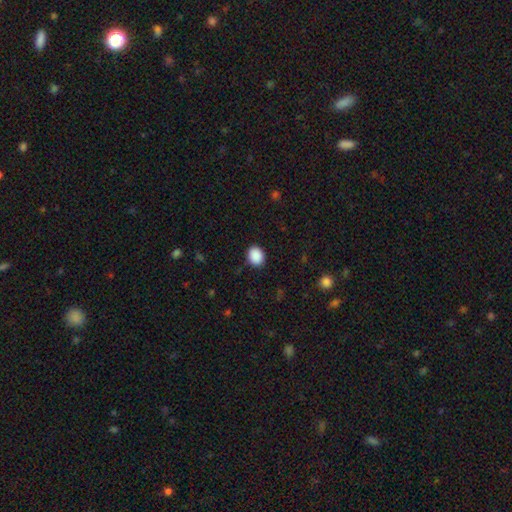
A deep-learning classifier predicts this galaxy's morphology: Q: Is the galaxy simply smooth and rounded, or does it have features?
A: smooth — 90%.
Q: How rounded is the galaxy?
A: round — 58%.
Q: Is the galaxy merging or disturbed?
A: none — 90%.